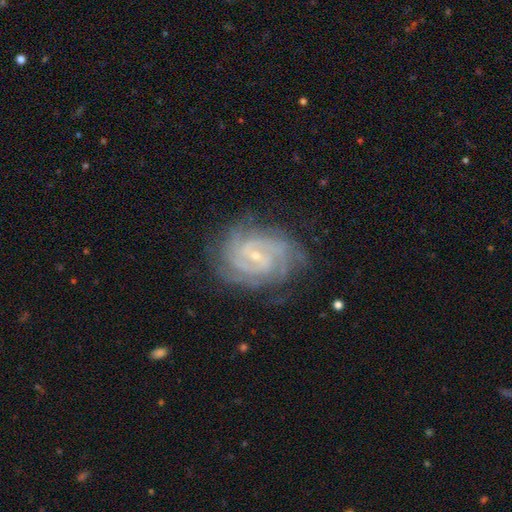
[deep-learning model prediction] Smooth or featured: featured or disk — 89% (star or artifact — 6%)
Edge-on disk: no — 98% (yes — 2%)
Bar: weak — 45% (no — 41%)
Spiral arms: yes — 98% (no — 2%)
Spiral winding: tight — 70% (medium — 26%)
Spiral arm count: 2 — 23% (can't tell — 22%)
Bulge size: small — 79% (moderate — 18%)
Merging: none — 78% (minor disturbance — 16%)